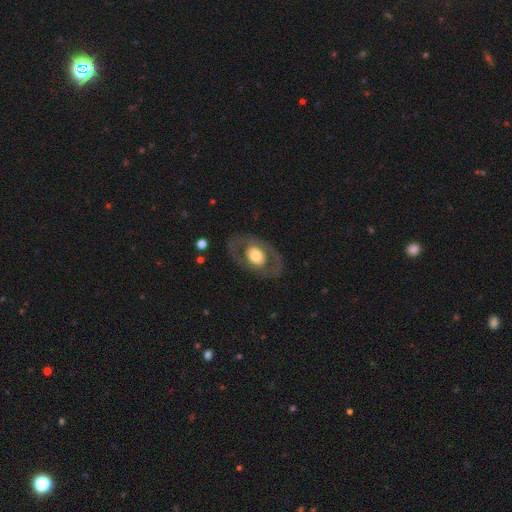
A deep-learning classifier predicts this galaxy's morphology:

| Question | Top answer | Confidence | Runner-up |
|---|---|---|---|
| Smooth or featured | featured or disk | 53% | smooth (41%) |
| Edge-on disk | no | 92% | yes (8%) |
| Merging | none | 79% | minor disturbance (11%) |